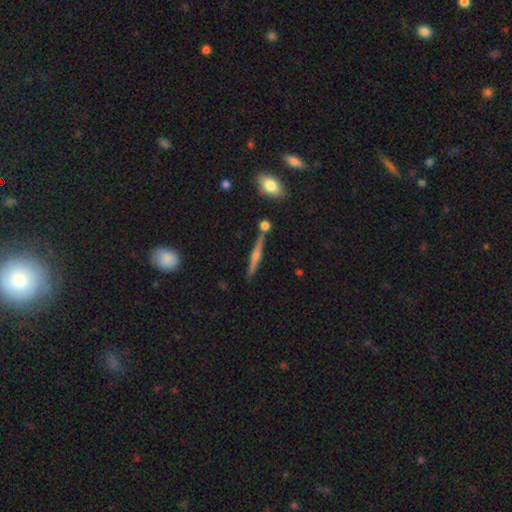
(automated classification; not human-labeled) Q: Smooth or featured?
A: featured or disk (76%); runner-up: smooth (17%)
Q: Edge-on disk?
A: yes (98%); runner-up: no (2%)
Q: Edge-on bulge?
A: rounded (89%); runner-up: none (6%)
Q: Merging?
A: none (86%); runner-up: minor disturbance (8%)